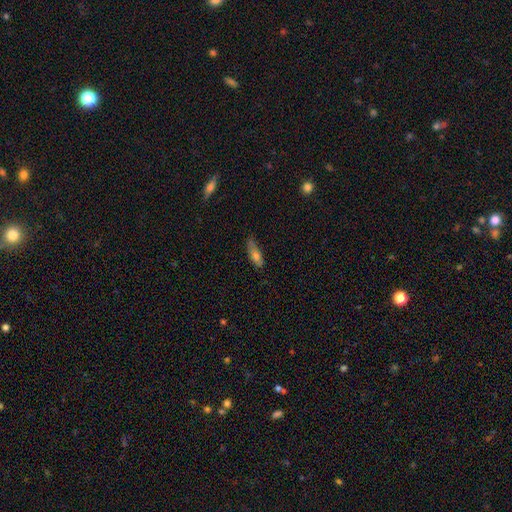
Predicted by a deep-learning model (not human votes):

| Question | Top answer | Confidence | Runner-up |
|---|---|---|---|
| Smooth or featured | smooth | 64% | featured or disk (27%) |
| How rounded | in between | 51% | cigar-shaped (46%) |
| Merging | none | 59% | minor disturbance (31%) |